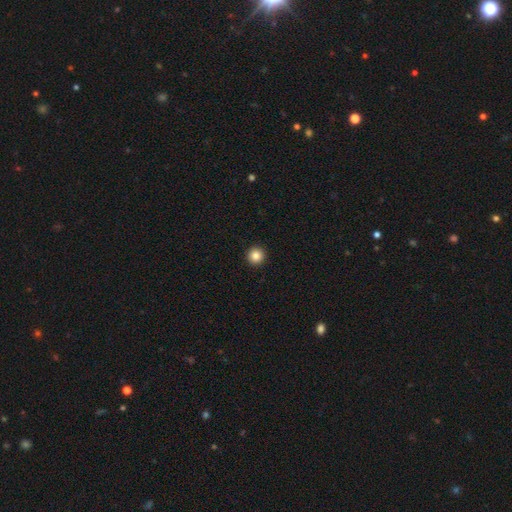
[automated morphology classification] Smooth or featured? Predicted: smooth (p=0.85). How rounded? Predicted: round (p=0.96). Merging? Predicted: none (p=0.94).